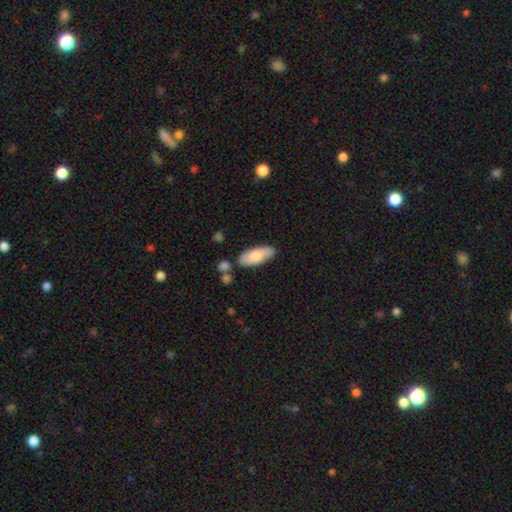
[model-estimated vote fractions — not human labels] A smooth galaxy with no disk features (78%) that is in between round and cigar-shaped (78%). Merging: none (73%).